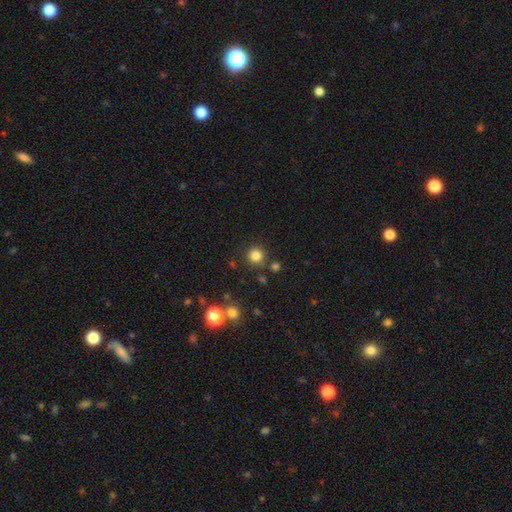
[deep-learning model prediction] smooth-or-featured: smooth: 81% | star or artifact: 14% | featured or disk: 5%
  how-rounded: round: 94% | in between: 5% | cigar-shaped: 1%
  merging: none: 84% | minor disturbance: 7% | merger: 5% | major disturbance: 3%